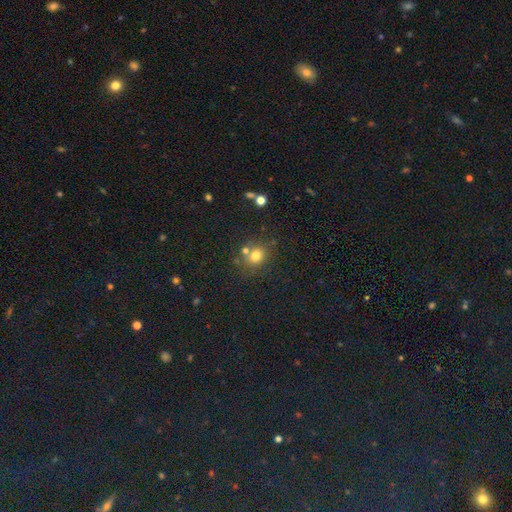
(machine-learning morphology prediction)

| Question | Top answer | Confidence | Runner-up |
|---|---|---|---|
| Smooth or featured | smooth | 74% | star or artifact (17%) |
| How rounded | round | 73% | in between (26%) |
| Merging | none | 66% | merger (16%) |